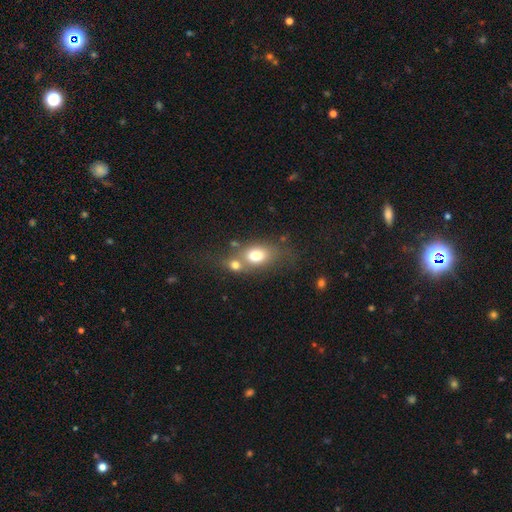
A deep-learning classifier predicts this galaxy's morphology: Smooth or featured? smooth (74%)
How rounded? in between (73%)
Merging? merger (46%)